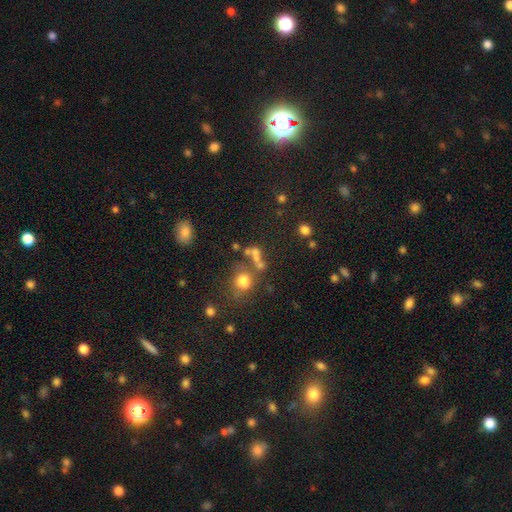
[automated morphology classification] The model was most divided on "merging": none: 43%, merger: 35%, minor disturbance: 12%, major disturbance: 10%. More confident: how rounded — round (61%); smooth or featured — smooth (59%).